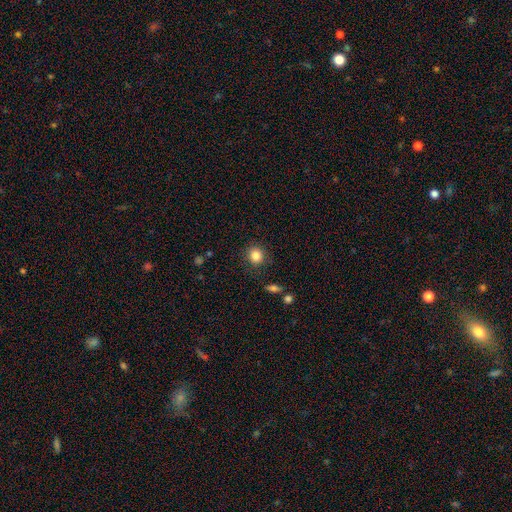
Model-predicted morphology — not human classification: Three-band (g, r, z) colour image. It shows a smooth galaxy with no disk features (85%) that is round (88%). Merging: none (87%).